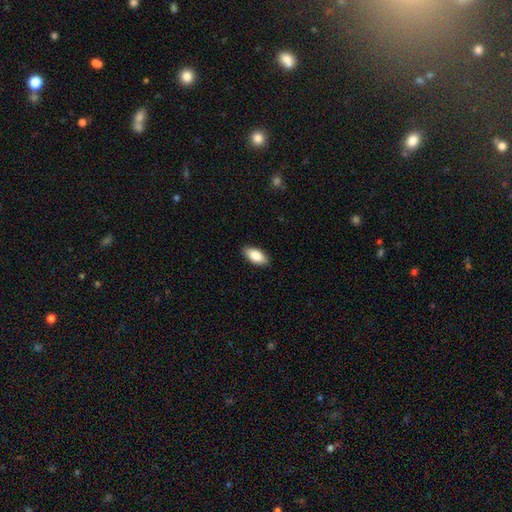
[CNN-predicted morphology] smooth-or-featured: smooth: 84% | featured or disk: 10% | star or artifact: 6%
  how-rounded: in between: 90% | cigar-shaped: 8% | round: 2%
  merging: none: 89% | minor disturbance: 9% | major disturbance: 2% | merger: 1%